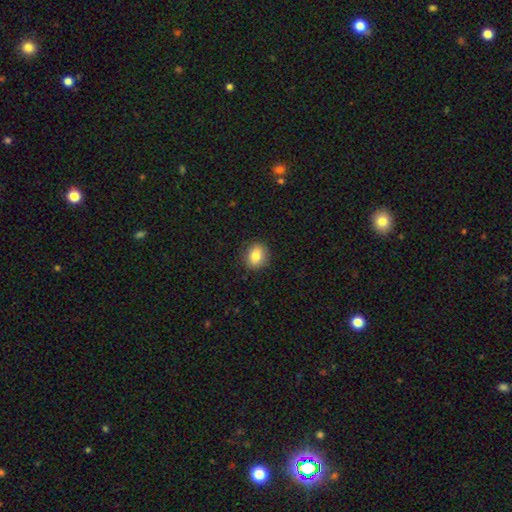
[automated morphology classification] The model was most divided on "how rounded": round: 59%, in between: 40%, cigar-shaped: 1%. More confident: merging — none (88%); smooth or featured — smooth (82%).